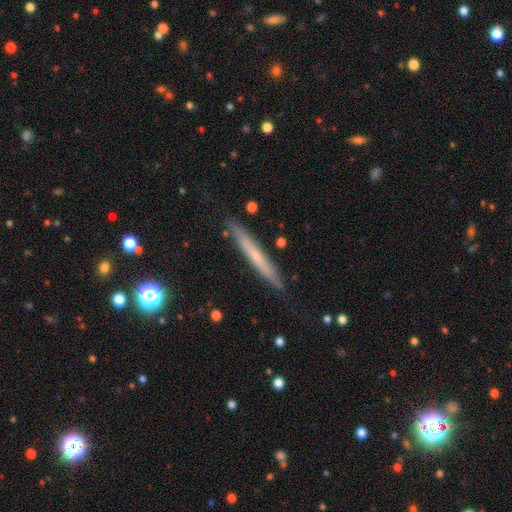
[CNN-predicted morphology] This appears to be a featured or disk galaxy (47%, tied with smooth). Merging: none (87%).